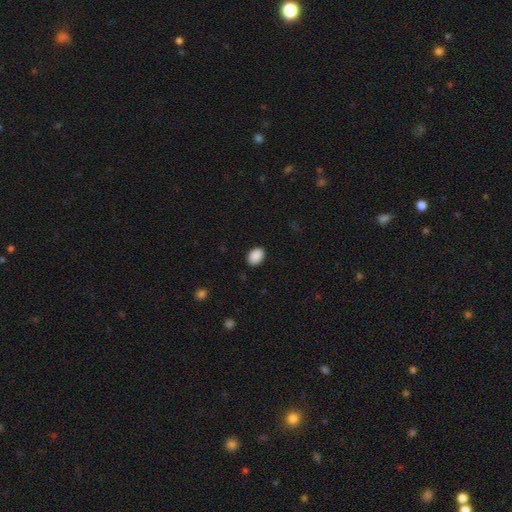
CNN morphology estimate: type=smooth (90%); roundness=in between (82%); merging=none (88%).